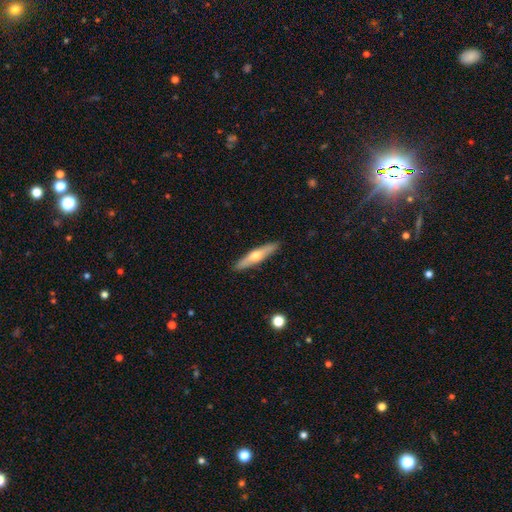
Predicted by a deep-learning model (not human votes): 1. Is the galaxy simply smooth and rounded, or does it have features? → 51% featured or disk, 44% smooth, 5% star or artifact.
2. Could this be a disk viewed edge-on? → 91% yes, 9% no.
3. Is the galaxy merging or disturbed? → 90% none, 7% minor disturbance, 2% major disturbance, 1% merger.